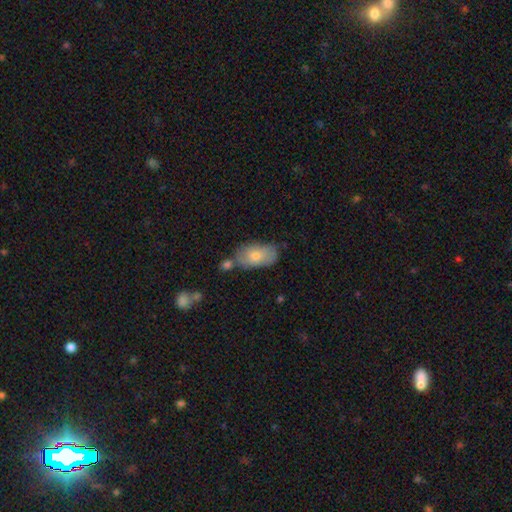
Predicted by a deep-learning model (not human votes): Overall: smooth (73%). How rounded: in between (92%). Merging: none (56%; minor disturbance 24%).